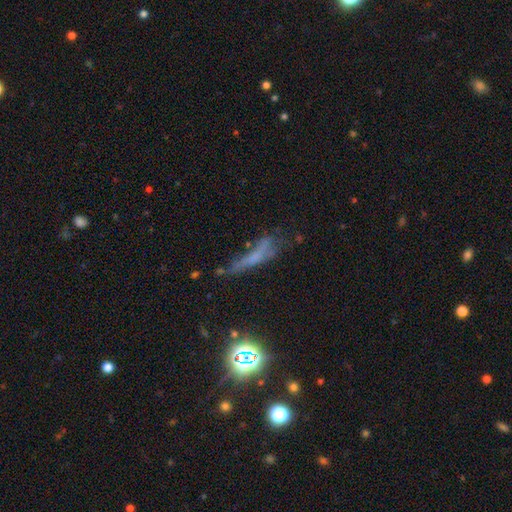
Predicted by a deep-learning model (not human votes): Q: Smooth or featured?
A: smooth (39%); runner-up: featured or disk (34%)
Q: Merging?
A: none (39%); runner-up: major disturbance (27%)